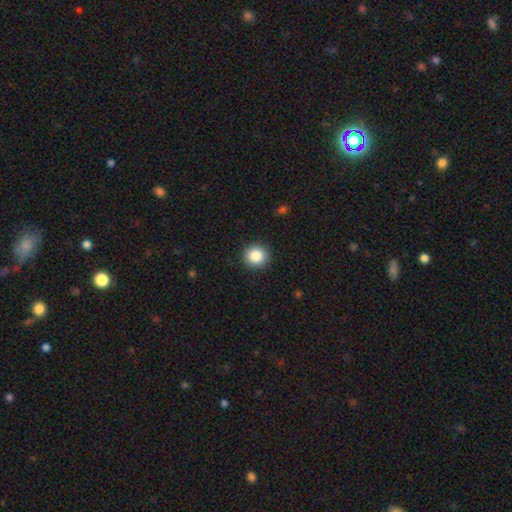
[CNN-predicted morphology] The model was most divided on "smooth or featured": smooth: 86%, star or artifact: 10%, featured or disk: 4%. More confident: merging — none (91%); how rounded — round (91%).